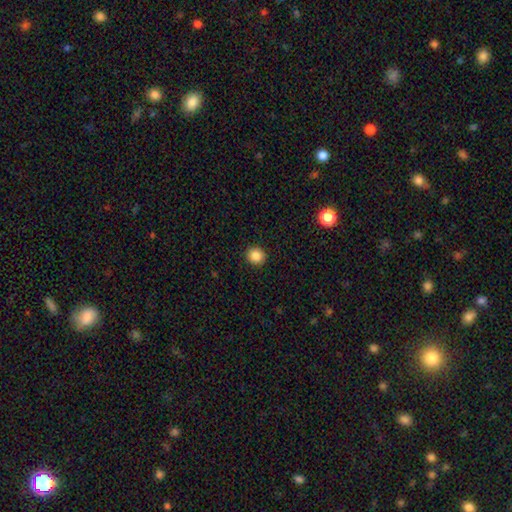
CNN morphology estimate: Smooth or featured: smooth — 87% (star or artifact — 10%)
How rounded: round — 91% (in between — 8%)
Merging: none — 92% (minor disturbance — 5%)